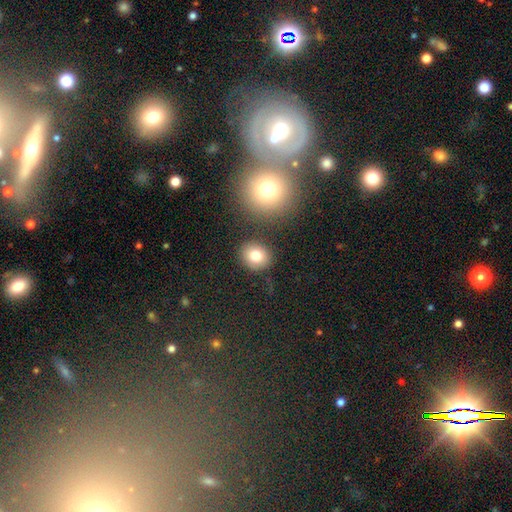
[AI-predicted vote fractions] smooth 79%, star or artifact 11%, featured or disk 9%. Down the decision tree: how rounded — round (74%); merging — none (83%).